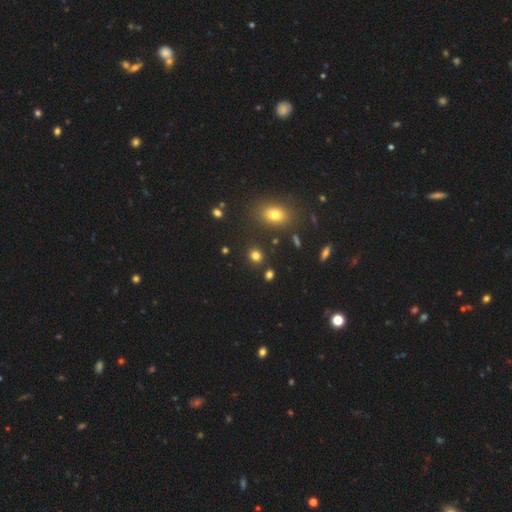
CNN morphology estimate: Overall: smooth (80%). How rounded: round (73%). Merging: none (86%).